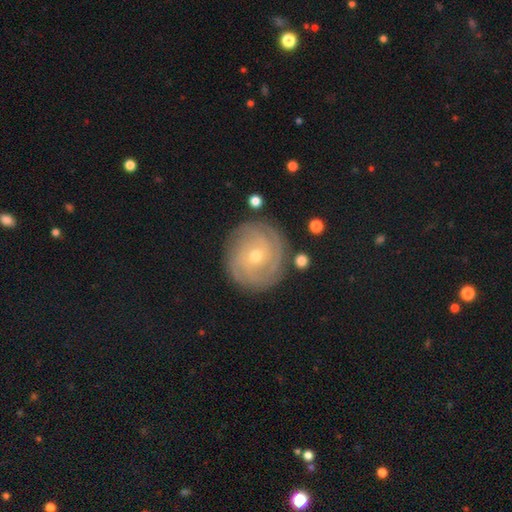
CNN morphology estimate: smooth_or_featured: featured or disk (p=0.80) [alt: smooth p=0.13]
disk_edge_on: no (p=0.97) [alt: yes p=0.03]
bar: no (p=0.65) [alt: weak p=0.28]
has_spiral_arms: yes (p=0.95) [alt: no p=0.05]
spiral_winding: tight (p=0.81) [alt: medium p=0.15]
spiral_arm_count: can't tell (p=0.31) [alt: 3 p=0.23]
bulge_size: small (p=0.51) [alt: moderate p=0.46]
merging: none (p=0.84) [alt: minor disturbance p=0.11]